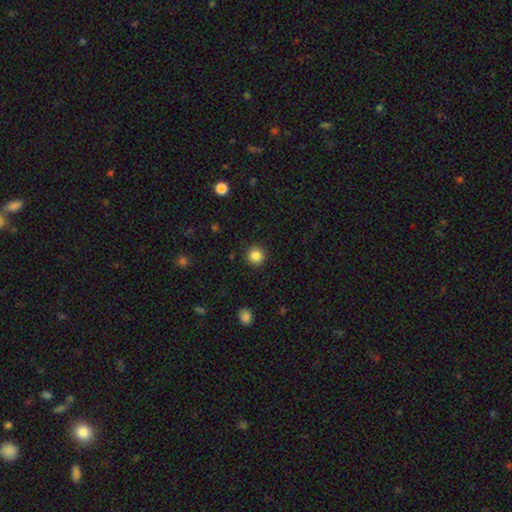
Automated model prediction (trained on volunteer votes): This appears to be a smooth galaxy with no disk features (85%) that is round (95%). Merging: none (92%).